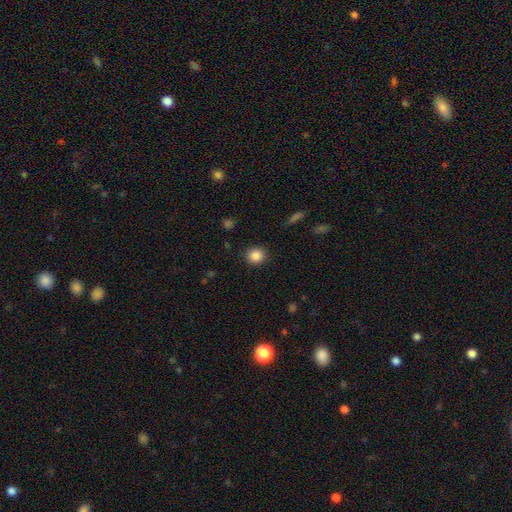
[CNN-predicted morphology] A smooth galaxy with no disk features (86%) that is round (87%). Merging: none (90%).